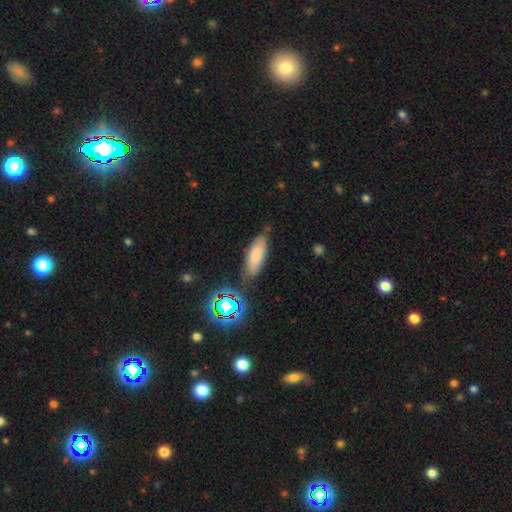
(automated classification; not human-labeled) Smooth or featured?
  - smooth: 75% *
  - star or artifact: 13%
  - featured or disk: 12%
How rounded?
  - in between: 68% *
  - cigar-shaped: 30%
  - round: 3%
Merging?
  - none: 75% *
  - minor disturbance: 16%
  - merger: 5%
  - major disturbance: 4%